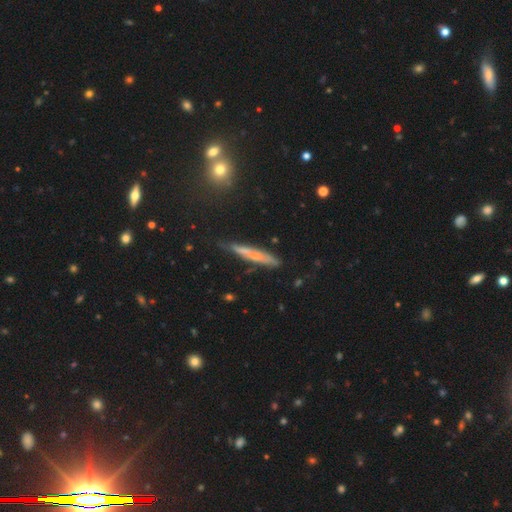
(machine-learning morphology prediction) Q: Smooth or featured?
A: smooth (46%); runner-up: featured or disk (45%)
Q: Merging?
A: none (70%); runner-up: minor disturbance (22%)